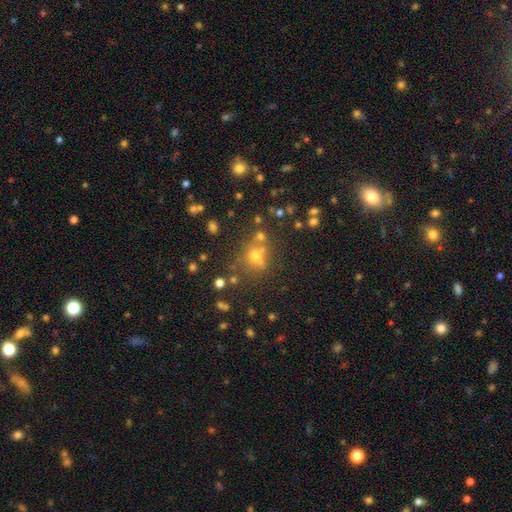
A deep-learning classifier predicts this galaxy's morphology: The model was most divided on "smooth or featured": smooth: 58%, star or artifact: 28%, featured or disk: 14%. More confident: how rounded — round (80%); merging — none (61%).